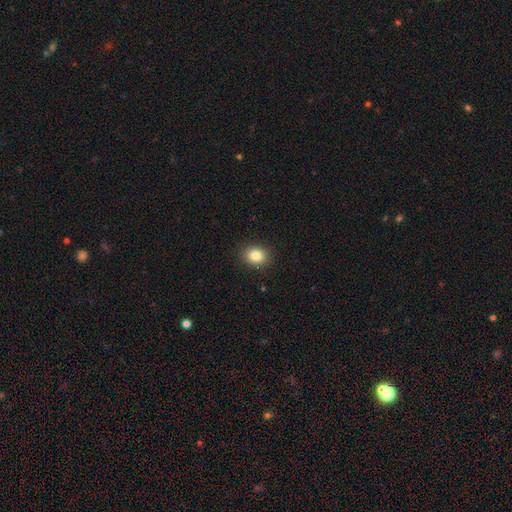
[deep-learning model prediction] Smooth or featured? smooth (83%)
How rounded? round (55%)
Merging? none (90%)